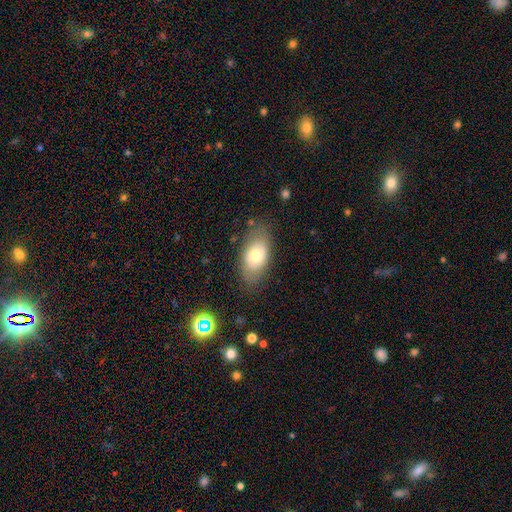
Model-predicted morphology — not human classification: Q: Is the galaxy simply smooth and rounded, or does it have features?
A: smooth — 66%.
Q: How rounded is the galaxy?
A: in between — 90%.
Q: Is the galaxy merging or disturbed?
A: none — 76%.